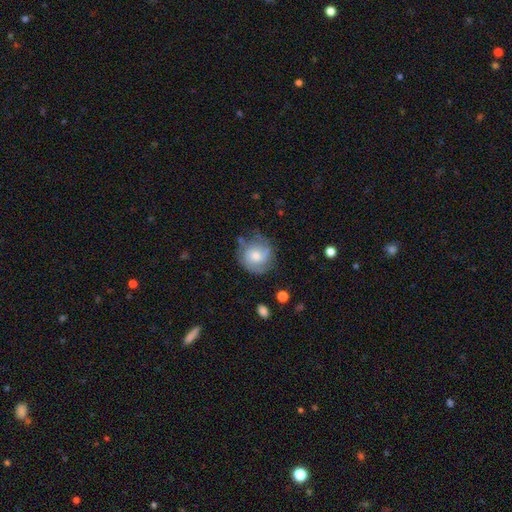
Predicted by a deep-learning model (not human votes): The model was most divided on "spiral winding": tight: 48%, medium: 38%, loose: 14%. Remaining: edge-on disk — no (98%); spiral arms — yes (87%); merging — none (70%); bar — no (68%); smooth or featured — featured or disk (60%); bulge size — moderate (59%); spiral arm count — 2 (44%).